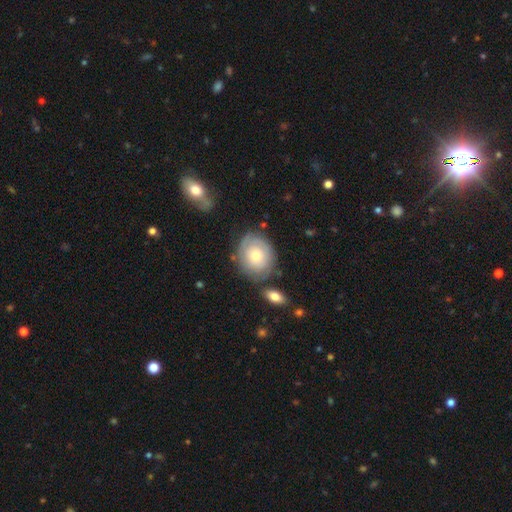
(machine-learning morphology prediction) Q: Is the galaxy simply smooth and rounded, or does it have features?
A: featured or disk — 48%.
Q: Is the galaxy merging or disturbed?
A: none — 71%.